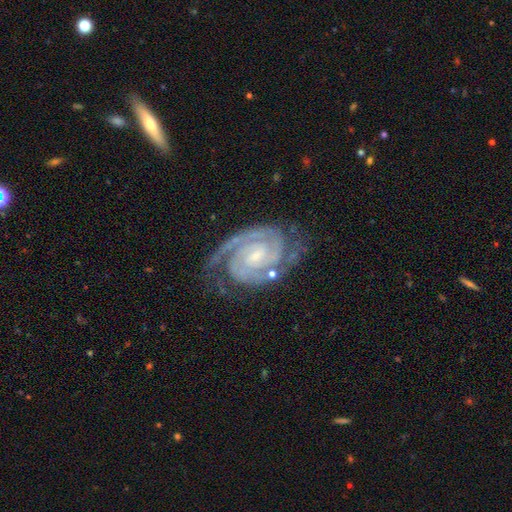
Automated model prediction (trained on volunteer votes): A featured or disk galaxy (92%) with a weak bar (43%), 2 (84%) tight (72%) spiral arms (99%) and a small central bulge (62%). Merging: none (74%).